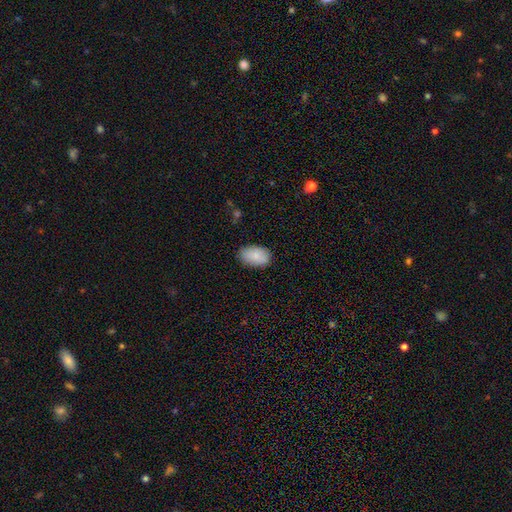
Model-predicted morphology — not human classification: type=smooth (84%); roundness=in between (90%); merging=none (81%).